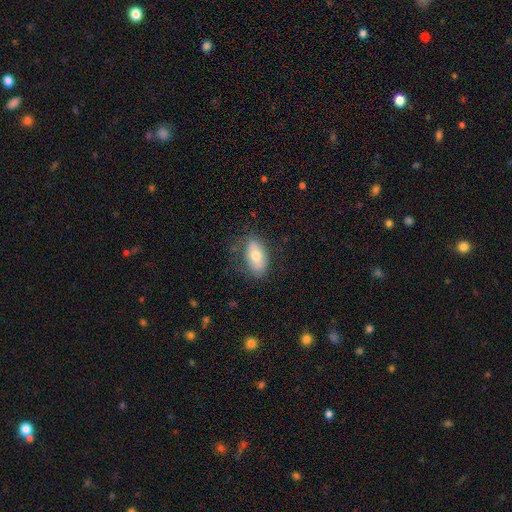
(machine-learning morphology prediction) The model was most divided on "smooth or featured": smooth: 65%, featured or disk: 27%, star or artifact: 7%. More confident: how rounded — in between (90%); merging — none (69%).